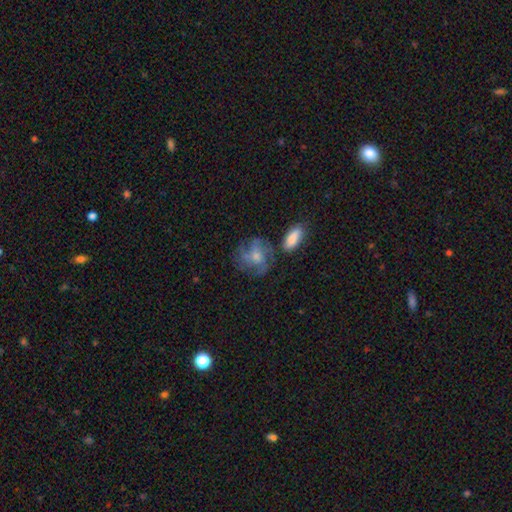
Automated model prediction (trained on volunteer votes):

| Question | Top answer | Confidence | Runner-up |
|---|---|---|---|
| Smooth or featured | featured or disk | 59% | smooth (32%) |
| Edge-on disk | no | 97% | yes (3%) |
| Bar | no | 76% | weak (21%) |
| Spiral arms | yes | 79% | no (21%) |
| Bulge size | moderate | 42% | small (40%) |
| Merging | none | 57% | minor disturbance (21%) |